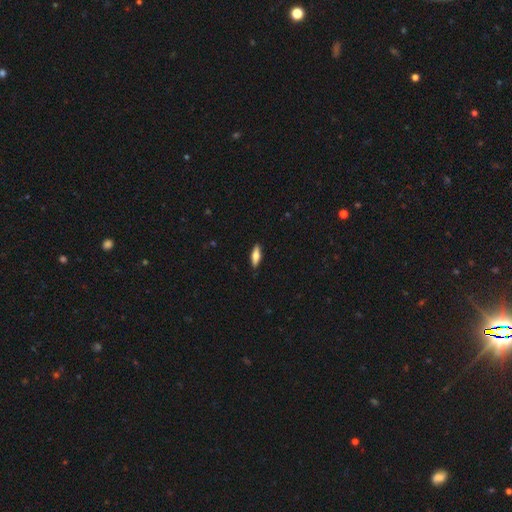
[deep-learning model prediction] smooth 65%, featured or disk 29%, star or artifact 6%. Down the decision tree: how rounded — in between (54%); merging — none (89%).